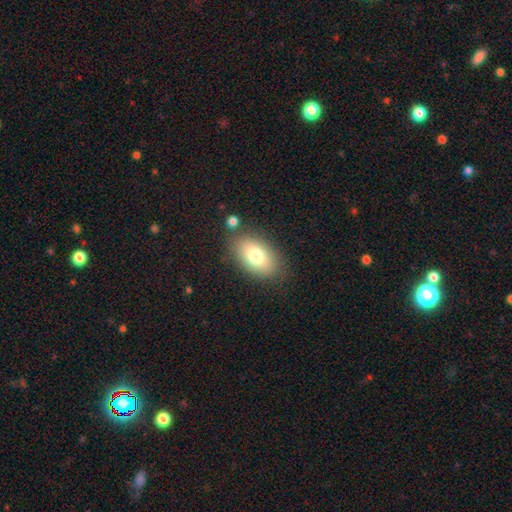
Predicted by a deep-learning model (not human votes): Overall: smooth (78%). How rounded: in between (89%). Merging: none (80%).